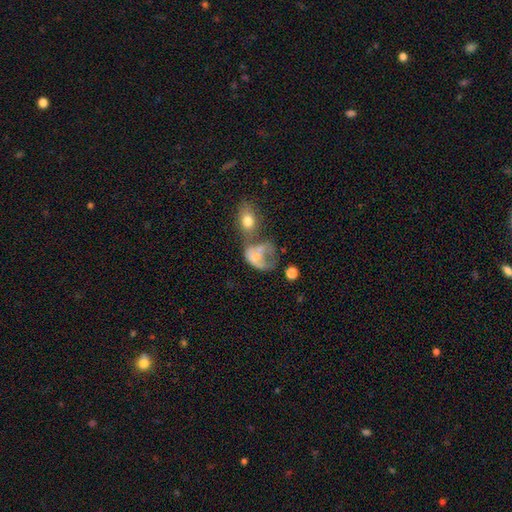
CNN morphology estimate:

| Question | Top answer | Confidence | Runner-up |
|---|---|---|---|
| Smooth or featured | smooth | 51% | featured or disk (37%) |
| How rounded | in between | 69% | round (30%) |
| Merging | merger | 39% | major disturbance (33%) |